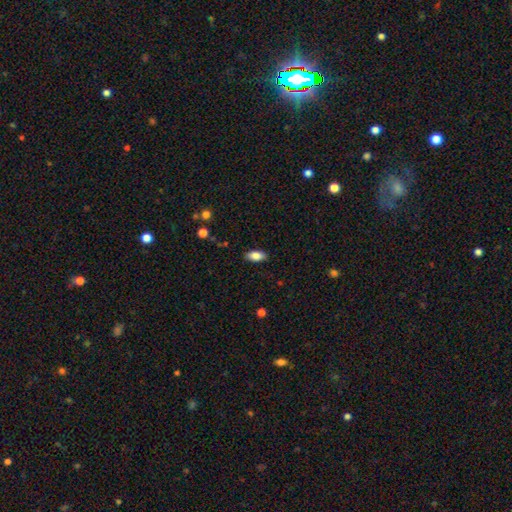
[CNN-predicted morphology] This appears to be a smooth galaxy with no disk features (83%) that is in between round and cigar-shaped (89%). Merging: none (87%).